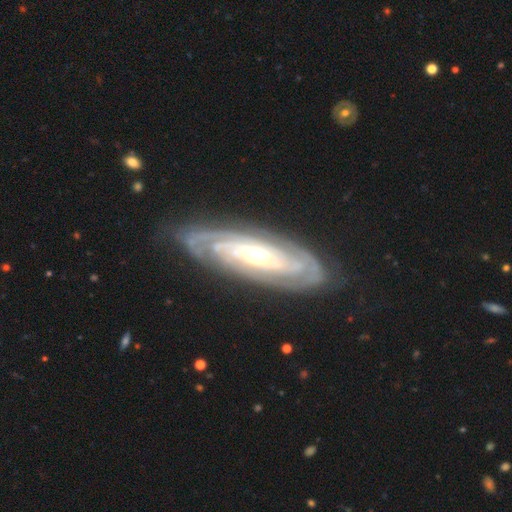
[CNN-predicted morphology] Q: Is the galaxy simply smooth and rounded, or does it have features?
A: featured or disk — 88%.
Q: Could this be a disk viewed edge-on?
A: no — 86%.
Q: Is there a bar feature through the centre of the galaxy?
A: no — 63%.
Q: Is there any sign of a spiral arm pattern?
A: yes — 93%.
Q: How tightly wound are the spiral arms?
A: tight — 76%.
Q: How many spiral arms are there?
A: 2 — 36%.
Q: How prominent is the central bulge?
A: moderate — 60%.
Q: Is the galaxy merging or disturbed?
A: none — 83%.